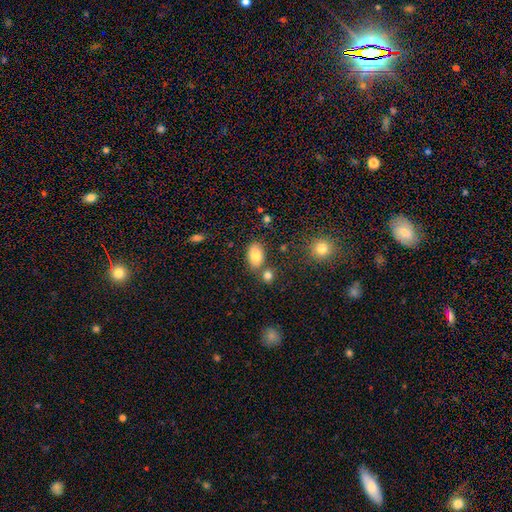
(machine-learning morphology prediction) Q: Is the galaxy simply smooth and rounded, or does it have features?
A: smooth — 81%.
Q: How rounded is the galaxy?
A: in between — 88%.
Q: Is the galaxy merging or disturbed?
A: none — 72%.